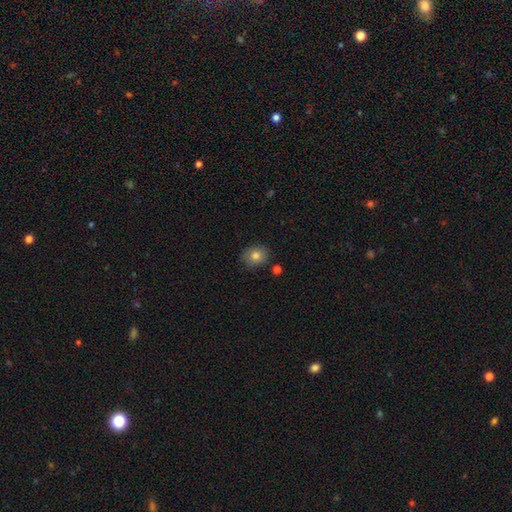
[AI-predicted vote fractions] Q: Smooth or featured?
A: smooth (80%); runner-up: star or artifact (10%)
Q: How rounded?
A: round (66%); runner-up: in between (34%)
Q: Merging?
A: none (83%); runner-up: minor disturbance (11%)